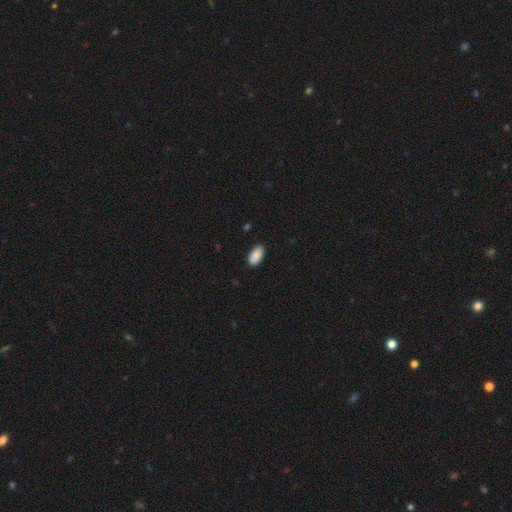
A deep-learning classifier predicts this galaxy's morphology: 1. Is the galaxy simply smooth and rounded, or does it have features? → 90% smooth, 6% star or artifact, 3% featured or disk.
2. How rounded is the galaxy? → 94% in between, 4% cigar-shaped, 2% round.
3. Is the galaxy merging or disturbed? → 88% none, 9% minor disturbance, 2% major disturbance, 1% merger.